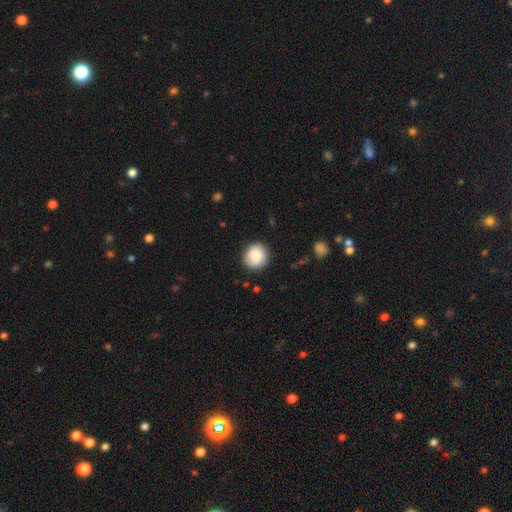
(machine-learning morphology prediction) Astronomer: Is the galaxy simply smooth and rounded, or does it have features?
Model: smooth — 85%.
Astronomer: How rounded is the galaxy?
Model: round — 91%.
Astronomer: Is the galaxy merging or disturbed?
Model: none — 87%.